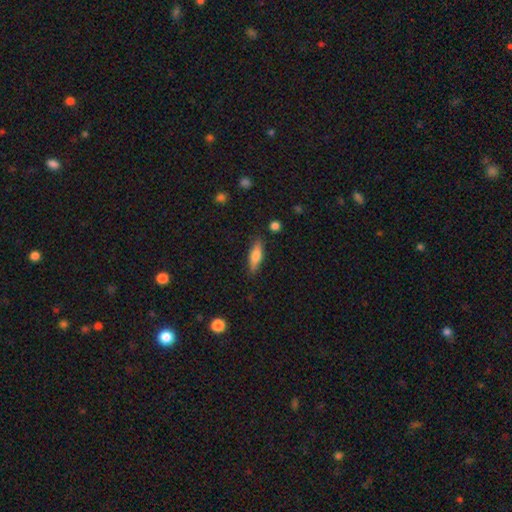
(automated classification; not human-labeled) A smooth galaxy with no disk features (69%) that is cigar-shaped (51%).

Vote fractions:
- Smooth or featured? smooth: 69% / featured or disk: 25% / star or artifact: 7%
- How rounded? cigar-shaped: 51% / in between: 47% / round: 2%
- Merging? none: 84% / minor disturbance: 11% / major disturbance: 3% / merger: 2%